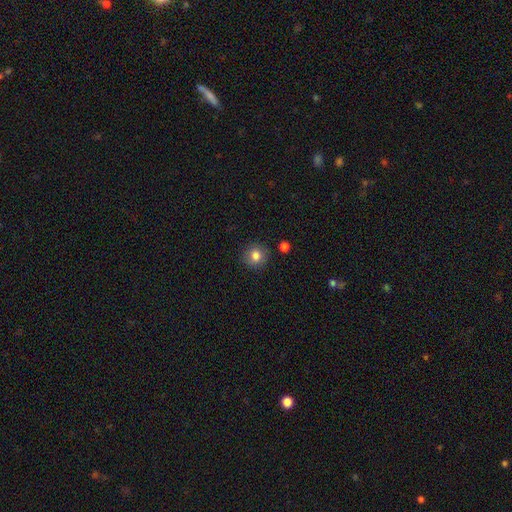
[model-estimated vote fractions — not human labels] Smooth or featured?
  - smooth: 82% *
  - star or artifact: 10%
  - featured or disk: 7%
How rounded?
  - round: 89% *
  - in between: 10%
  - cigar-shaped: 1%
Merging?
  - none: 88% *
  - minor disturbance: 7%
  - merger: 2%
  - major disturbance: 2%